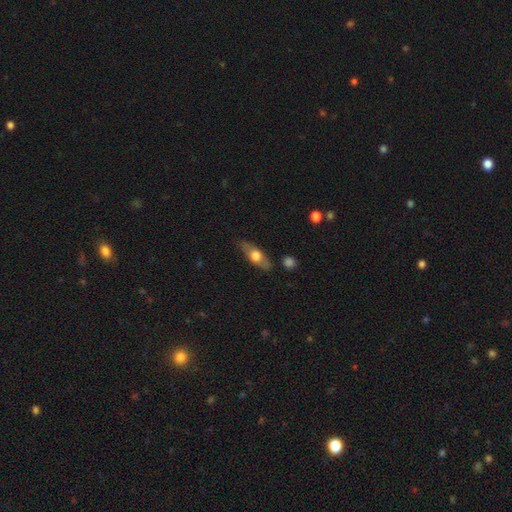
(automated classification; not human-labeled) This is possibly a smooth galaxy (51%). How rounded: possibly in between (59%). Merging: likely none (79%).